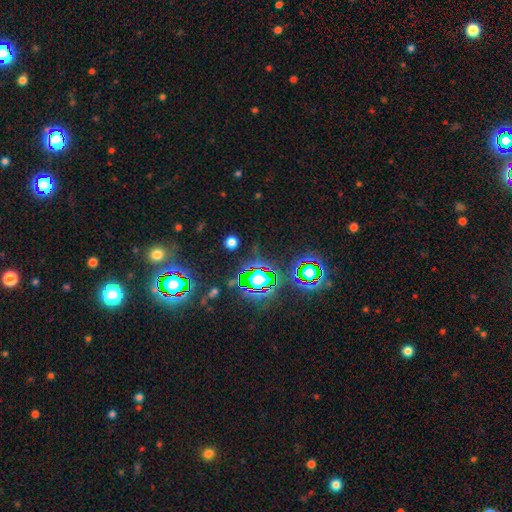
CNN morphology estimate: The model was most divided on "smooth or featured": star or artifact: 80%, smooth: 11%, featured or disk: 8%.